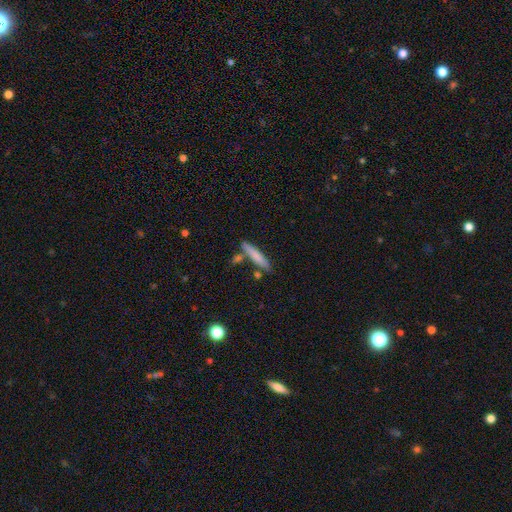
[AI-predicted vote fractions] Smooth or featured? smooth (76%)
How rounded? cigar-shaped (90%)
Merging? none (75%)